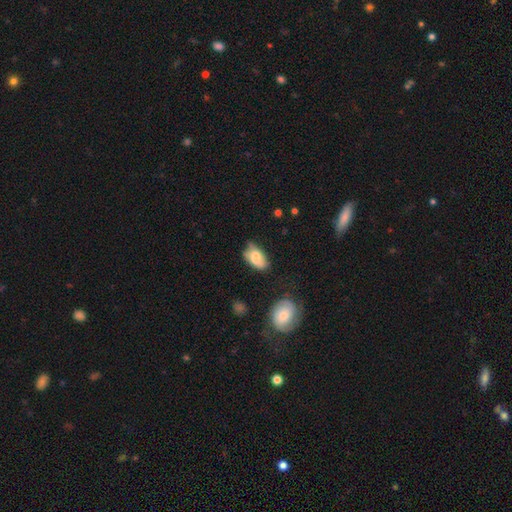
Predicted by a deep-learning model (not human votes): smooth 65%, featured or disk 28%, star or artifact 8%. Down the decision tree: how rounded — in between (91%); merging — none (44%).